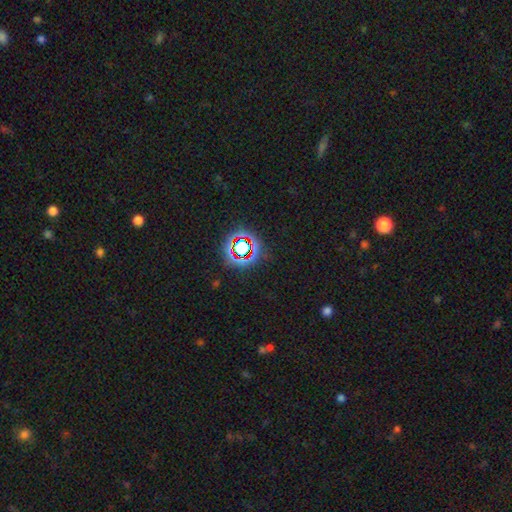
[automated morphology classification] Smooth or featured? star or artifact (70%)